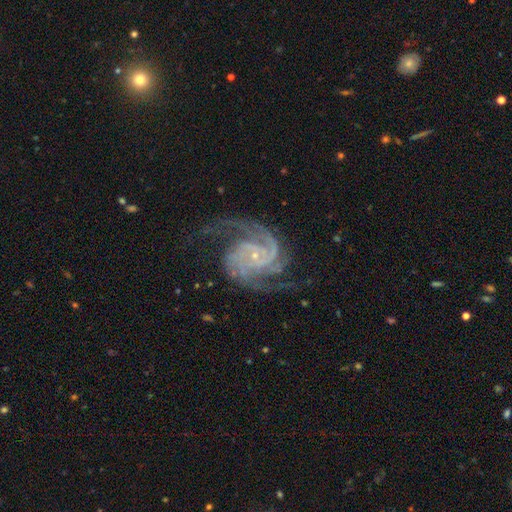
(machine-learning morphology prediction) type=featured or disk (93%); edge-on=no (98%); bar=no (67%); spiral arms=yes (99%); winding=medium (46%, tied with tight); arm count=2 (33%); bulge=small (85%); merging=none (70%).